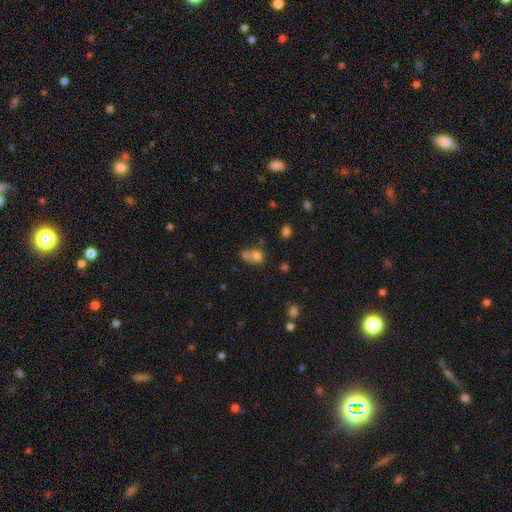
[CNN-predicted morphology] This is likely a smooth galaxy (71%). How rounded: likely round (72%). Merging: possibly merger (51%).